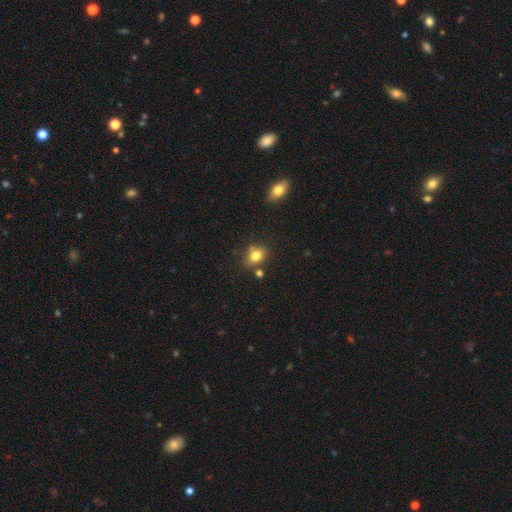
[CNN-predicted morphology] type=smooth (79%); roundness=in between (54%); merging=none (65%).